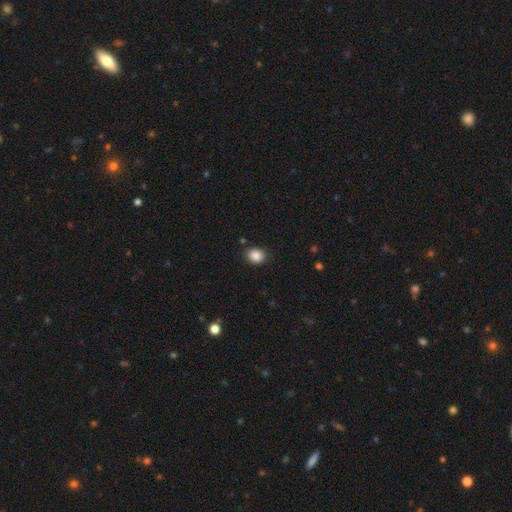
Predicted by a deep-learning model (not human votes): The model was most divided on "how rounded": round: 59%, in between: 40%, cigar-shaped: 1%. More confident: smooth or featured — smooth (87%); merging — none (84%).